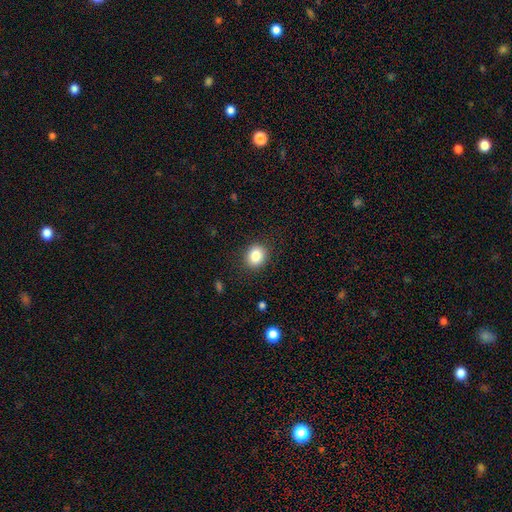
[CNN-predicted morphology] type=smooth (83%); roundness=round (68%); merging=none (89%).